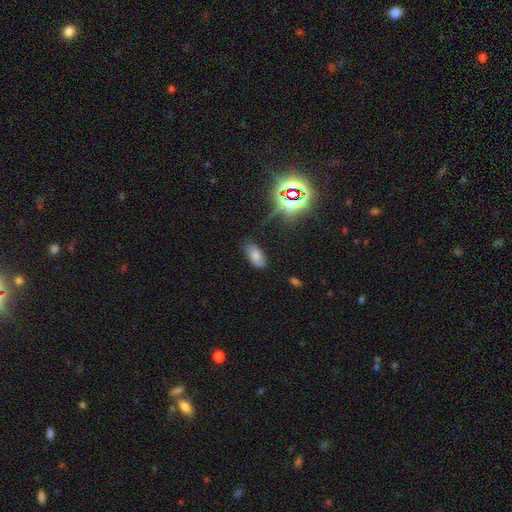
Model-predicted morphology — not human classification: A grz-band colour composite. It shows a smooth galaxy with no disk features (70%) that is in between round and cigar-shaped (93%). Merging: none (81%).